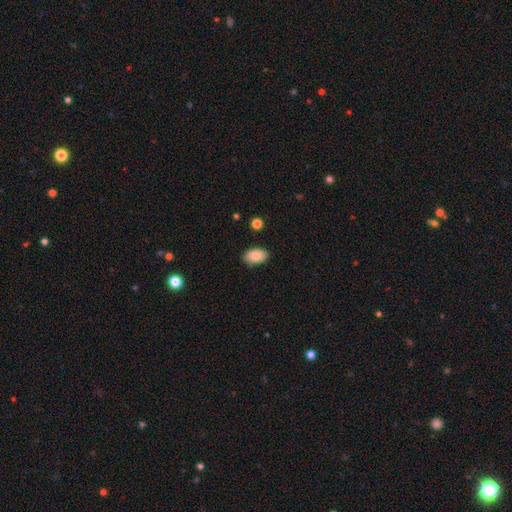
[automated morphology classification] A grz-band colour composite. It shows a smooth galaxy with no disk features (87%) that is in between round and cigar-shaped (92%). Merging: none (84%).